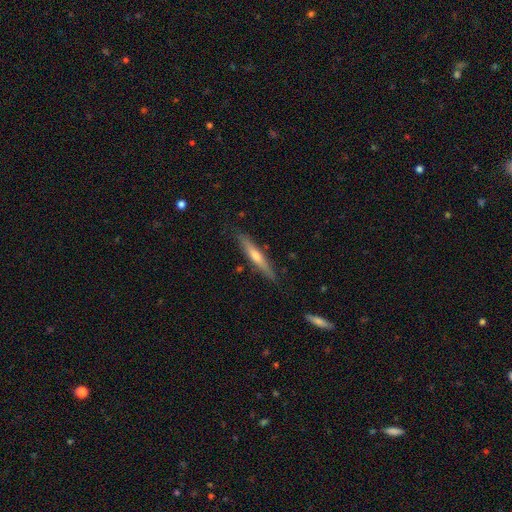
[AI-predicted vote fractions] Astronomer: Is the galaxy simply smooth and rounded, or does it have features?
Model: featured or disk — 52% (runner-up: smooth, 42%).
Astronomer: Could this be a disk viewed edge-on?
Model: yes — 94%.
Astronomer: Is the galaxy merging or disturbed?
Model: none — 85%.